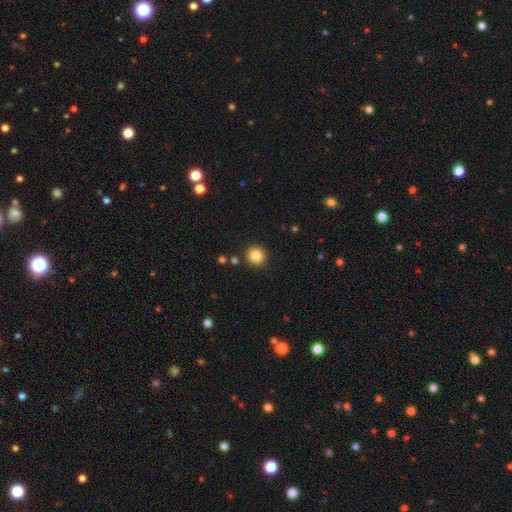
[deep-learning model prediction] Smooth or featured? Predicted: smooth (p=0.86). How rounded? Predicted: round (p=0.93). Merging? Predicted: none (p=0.90).